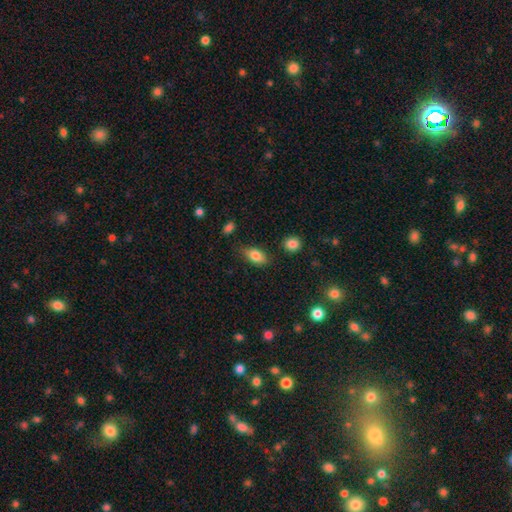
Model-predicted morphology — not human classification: A smooth galaxy with no disk features (82%) that is in between round and cigar-shaped (88%). Merging: none (77%).